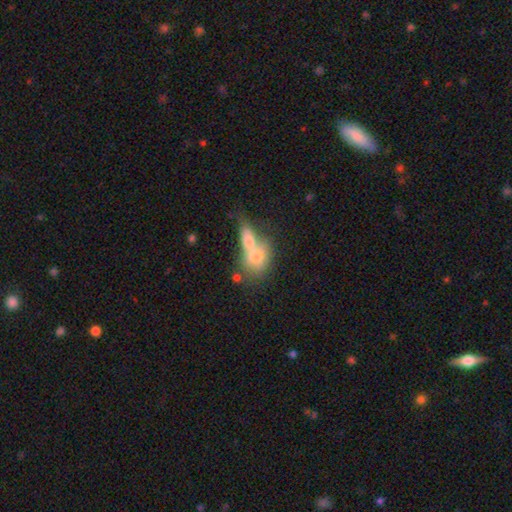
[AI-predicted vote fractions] Smooth or featured? Predicted: smooth (p=0.68). How rounded? Predicted: in between (p=0.65). Merging? Predicted: merger (p=0.68).